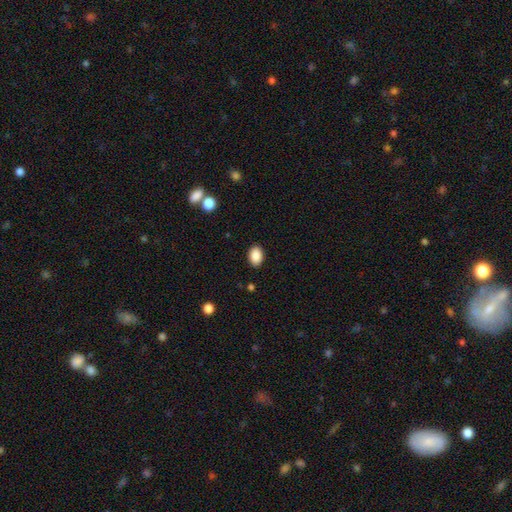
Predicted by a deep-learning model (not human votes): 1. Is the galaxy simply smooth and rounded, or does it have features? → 89% smooth, 8% star or artifact, 3% featured or disk.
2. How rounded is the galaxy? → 80% in between, 19% round, 1% cigar-shaped.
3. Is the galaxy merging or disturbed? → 90% none, 7% minor disturbance, 2% major disturbance, 1% merger.